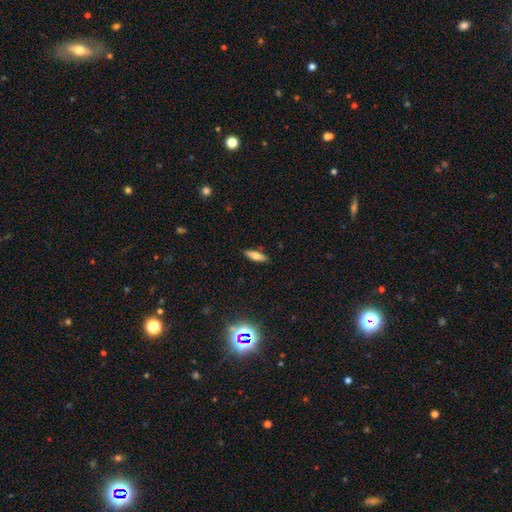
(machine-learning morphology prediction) smooth-or-featured: smooth: 65% | featured or disk: 27% | star or artifact: 9%
  how-rounded: in between: 53% | cigar-shaped: 44% | round: 3%
  merging: none: 88% | minor disturbance: 9% | major disturbance: 2% | merger: 1%